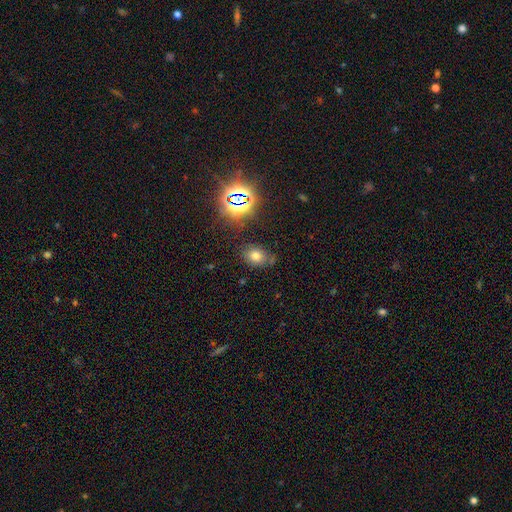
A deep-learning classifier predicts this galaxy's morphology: smooth_or_featured: smooth (p=0.68) [alt: star or artifact p=0.22]
how_rounded: in between (p=0.63) [alt: round p=0.35]
merging: none (p=0.71) [alt: minor disturbance p=0.19]